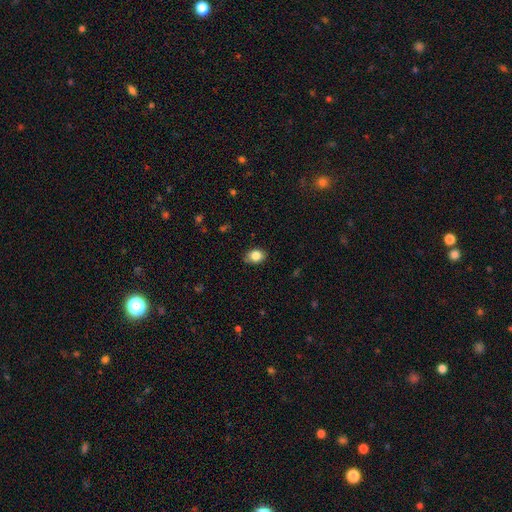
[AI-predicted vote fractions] A smooth galaxy with no disk features (84%) that is in between round and cigar-shaped (57%). Merging: none (82%).